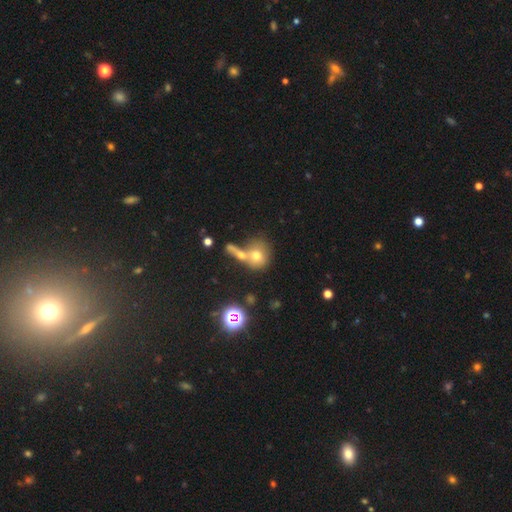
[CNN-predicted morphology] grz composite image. It shows a smooth galaxy with no disk features (65%) that is round (77%). Merging: merger (48%).